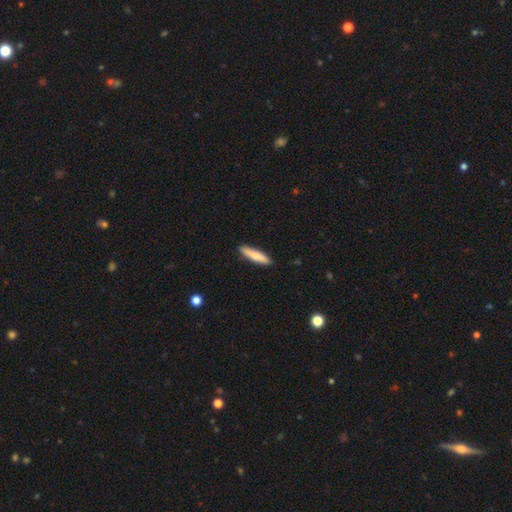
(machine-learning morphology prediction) Smooth or featured? Predicted: smooth (p=0.75). How rounded? Predicted: cigar-shaped (p=0.83). Merging? Predicted: none (p=0.90).